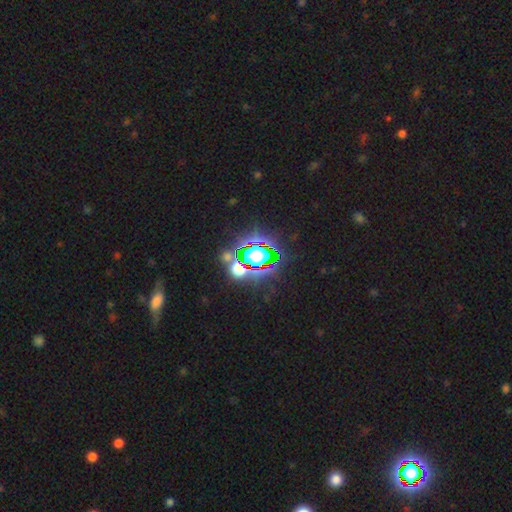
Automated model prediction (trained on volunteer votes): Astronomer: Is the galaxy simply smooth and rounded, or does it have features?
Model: star or artifact — 71%.